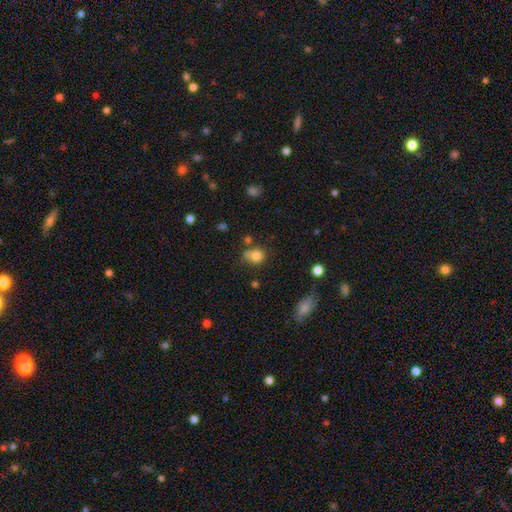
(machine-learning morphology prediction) Smooth or featured? smooth (79%)
How rounded? round (74%)
Merging? none (51%)